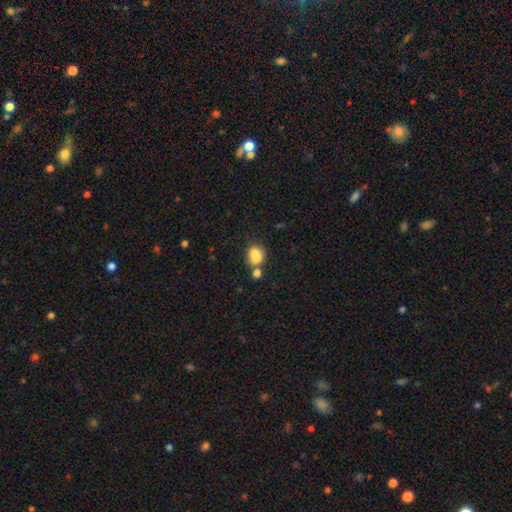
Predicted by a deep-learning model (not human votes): The model was most divided on "how rounded" (2-way tie): in between: 49%, round: 49%, cigar-shaped: 1%. More confident: smooth or featured — smooth (73%); merging — merger (51%).